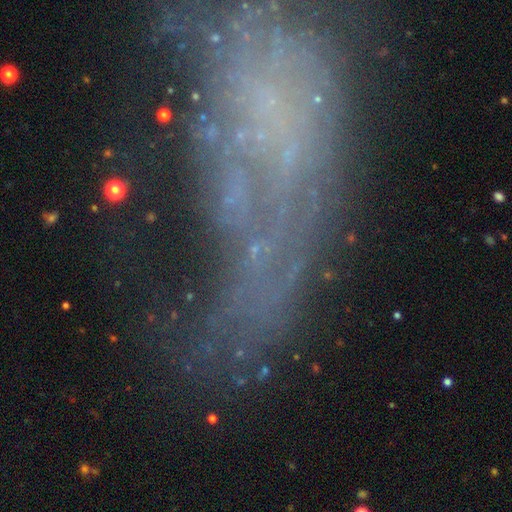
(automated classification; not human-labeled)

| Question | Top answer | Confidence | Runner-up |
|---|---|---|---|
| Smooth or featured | featured or disk | 42% | star or artifact (37%) |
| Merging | none | 51% | major disturbance (23%) |